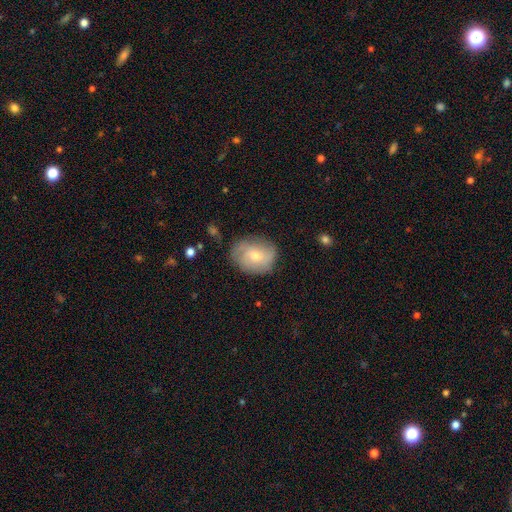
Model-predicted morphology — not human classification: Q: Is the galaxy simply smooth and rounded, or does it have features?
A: smooth — 51%.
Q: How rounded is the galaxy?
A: round — 53%.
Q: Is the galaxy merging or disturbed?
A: none — 72%.